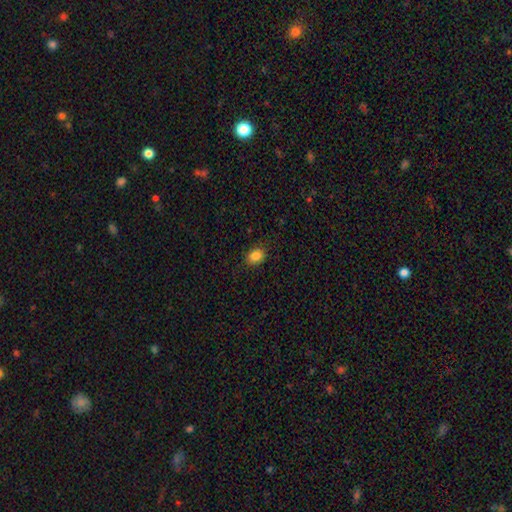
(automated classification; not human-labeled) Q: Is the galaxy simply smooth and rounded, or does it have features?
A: smooth — 85%.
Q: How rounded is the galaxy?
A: in between — 56%.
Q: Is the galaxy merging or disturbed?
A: none — 86%.